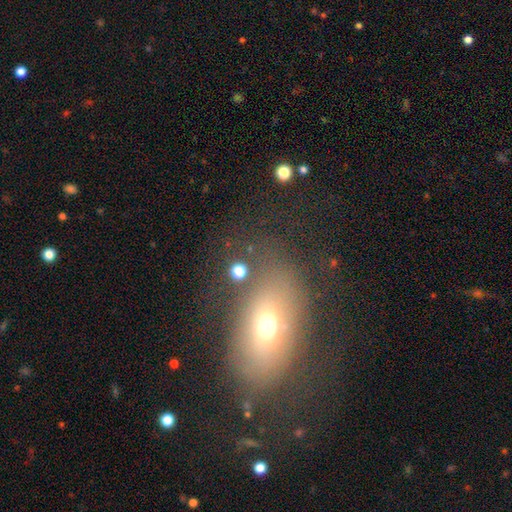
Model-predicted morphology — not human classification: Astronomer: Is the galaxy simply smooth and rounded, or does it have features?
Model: smooth — 54% (runner-up: featured or disk, 29%).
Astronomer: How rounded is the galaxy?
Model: in between — 79%.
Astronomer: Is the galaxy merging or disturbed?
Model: none — 65%.